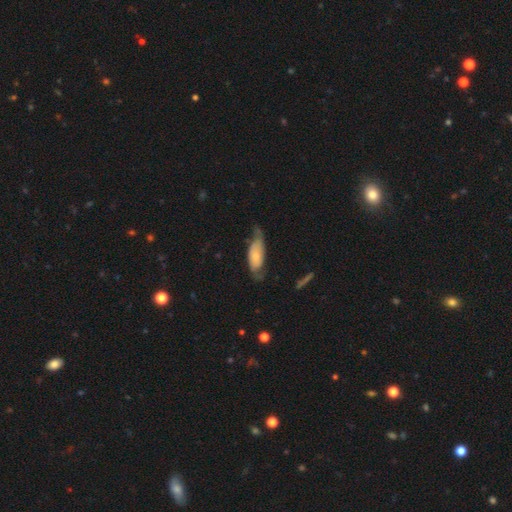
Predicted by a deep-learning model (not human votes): smooth 55%, featured or disk 39%, star or artifact 6%. Down the decision tree: how rounded — in between (78%); merging — none (42%).